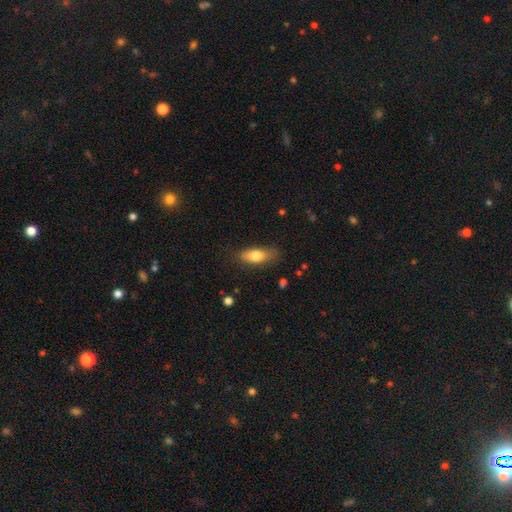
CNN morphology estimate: This is likely a smooth galaxy (76%). How rounded: likely in between (71%). Merging: likely none (76%).